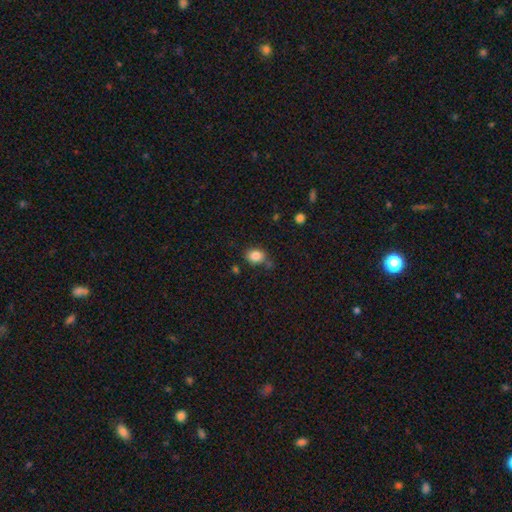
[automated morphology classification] Smooth or featured?
  - smooth: 84% *
  - star or artifact: 10%
  - featured or disk: 7%
How rounded?
  - in between: 58% *
  - round: 41%
  - cigar-shaped: 1%
Merging?
  - none: 71% *
  - minor disturbance: 16%
  - merger: 8%
  - major disturbance: 4%